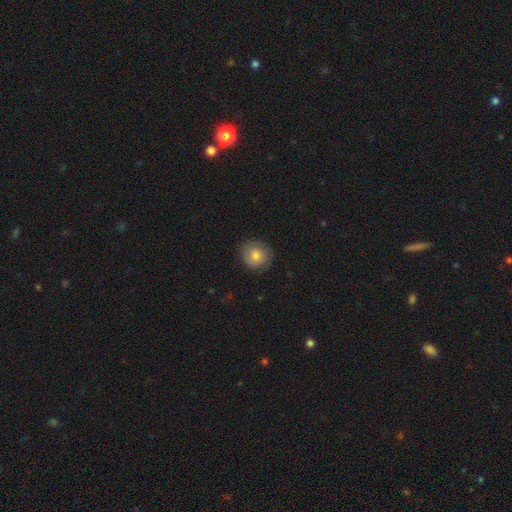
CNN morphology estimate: Q: Smooth or featured?
A: smooth (81%); runner-up: featured or disk (11%)
Q: How rounded?
A: round (86%); runner-up: in between (13%)
Q: Merging?
A: none (84%); runner-up: minor disturbance (13%)